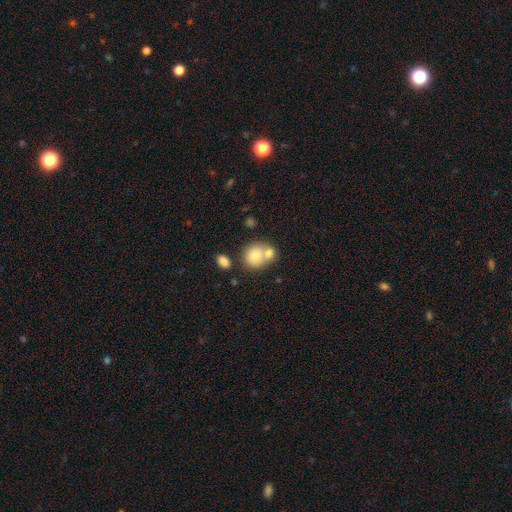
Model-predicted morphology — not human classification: Overall: smooth (74%). How rounded: round (76%). Merging: merger (53%; none 36%).